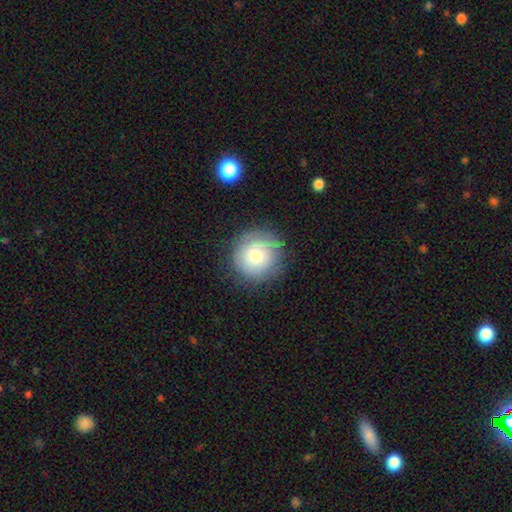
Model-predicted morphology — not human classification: Overall: smooth (70%). How rounded: round (94%). Merging: none (78%).